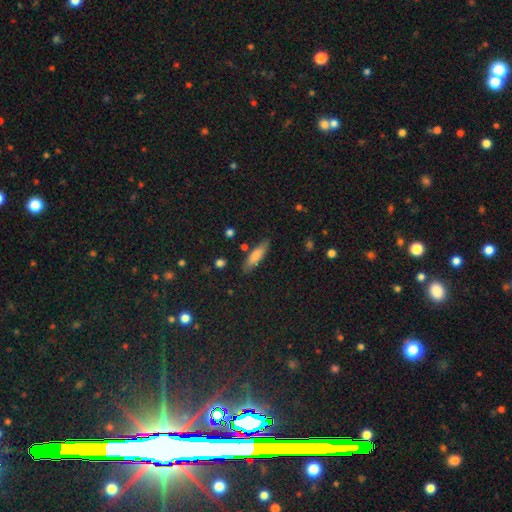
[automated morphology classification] Smooth or featured? Predicted: smooth (p=0.80). How rounded? Predicted: cigar-shaped (p=0.62). Merging? Predicted: none (p=0.82).